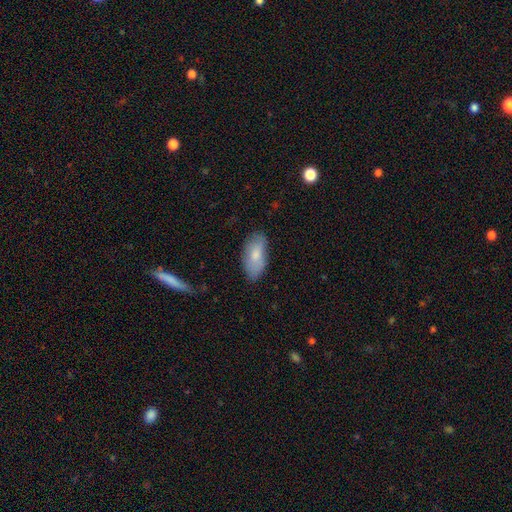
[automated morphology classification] smooth 76%, featured or disk 18%, star or artifact 6%. Down the decision tree: how rounded — in between (91%); merging — none (74%).